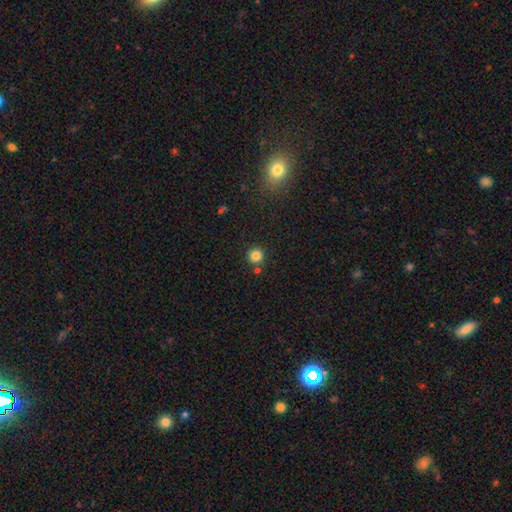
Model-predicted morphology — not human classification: type=smooth (82%); roundness=round (95%); merging=none (83%).